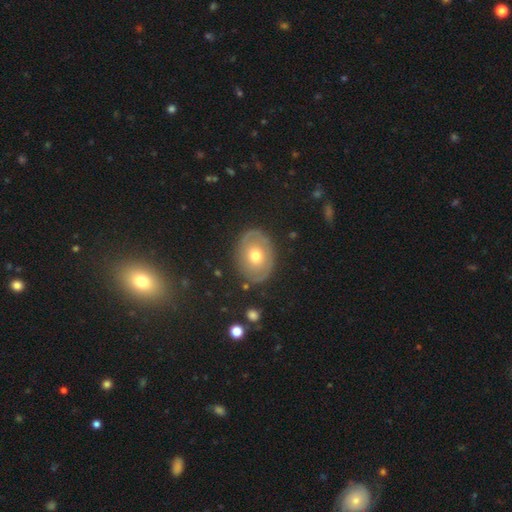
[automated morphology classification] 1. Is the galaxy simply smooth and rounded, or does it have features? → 51% featured or disk, 40% smooth, 9% star or artifact.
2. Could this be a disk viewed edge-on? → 94% no, 6% yes.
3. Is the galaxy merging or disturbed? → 83% none, 12% minor disturbance, 4% major disturbance, 2% merger.